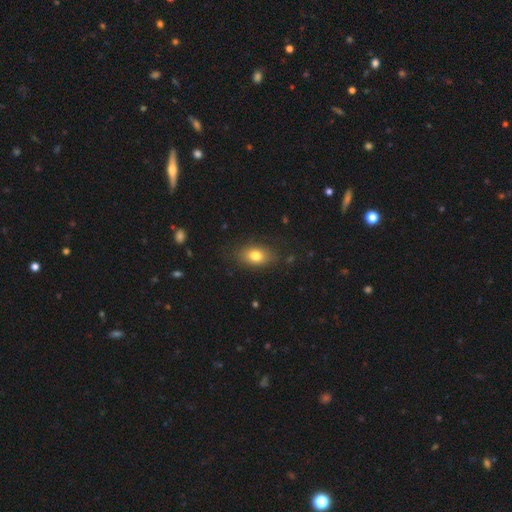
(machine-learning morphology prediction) type=smooth (78%); roundness=in between (82%); merging=none (83%).